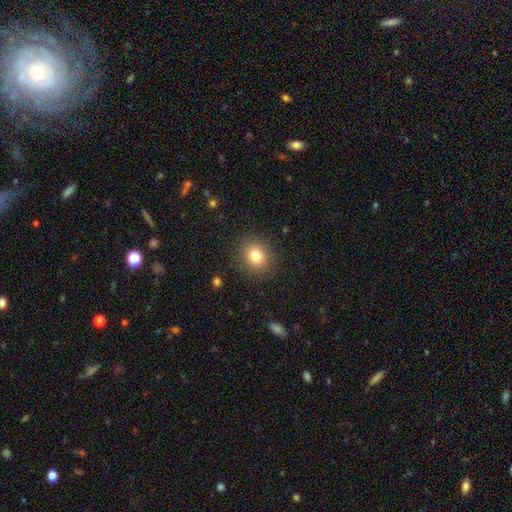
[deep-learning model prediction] This appears to be a smooth galaxy with no disk features (81%) that is round (65%). Merging: none (87%).